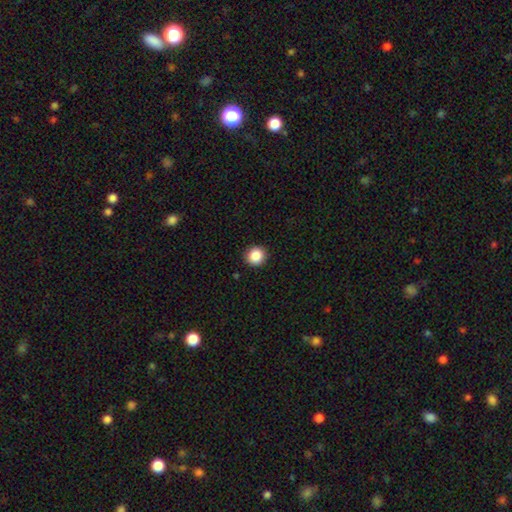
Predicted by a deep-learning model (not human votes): smooth-or-featured: smooth: 87% | star or artifact: 9% | featured or disk: 3%
  how-rounded: round: 91% | in between: 8% | cigar-shaped: 1%
  merging: none: 92% | minor disturbance: 5% | major disturbance: 2% | merger: 1%